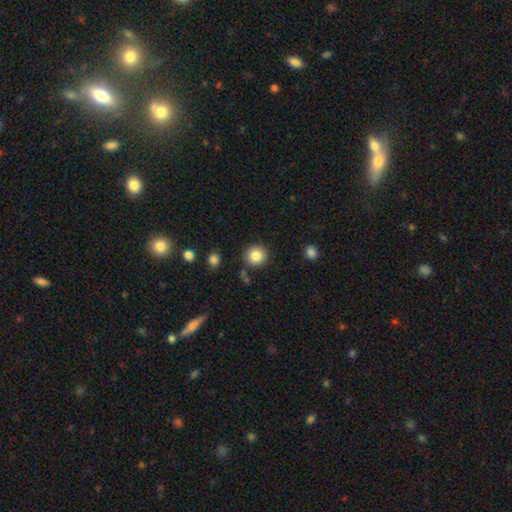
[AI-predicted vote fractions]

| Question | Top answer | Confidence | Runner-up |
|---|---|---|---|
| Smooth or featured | smooth | 85% | star or artifact (9%) |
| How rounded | round | 93% | in between (6%) |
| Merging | none | 86% | minor disturbance (7%) |